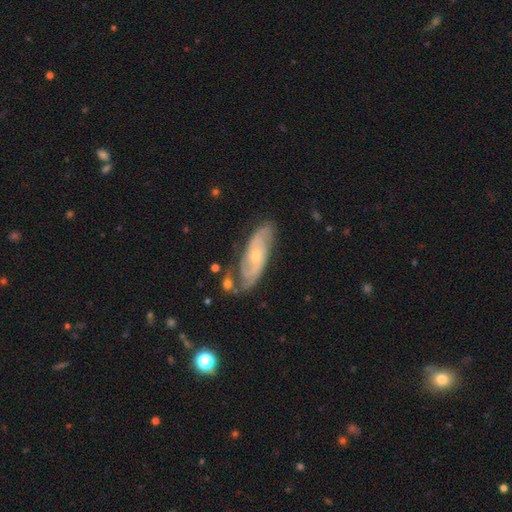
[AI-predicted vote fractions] This appears to be a featured or disk galaxy (81%) with no bar (68%), 2 (67%) tight (49%) spiral arms (94%) and a small central bulge (67%). Merging: none (68%).